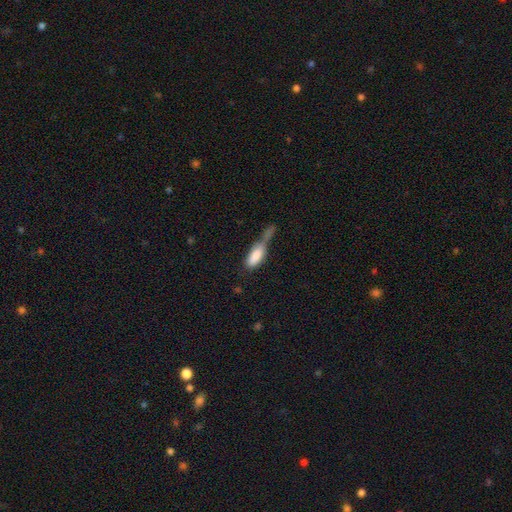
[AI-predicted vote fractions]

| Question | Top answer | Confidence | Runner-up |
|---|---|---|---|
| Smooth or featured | smooth | 77% | featured or disk (15%) |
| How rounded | in between | 71% | cigar-shaped (27%) |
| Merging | merger | 34% | major disturbance (25%) |